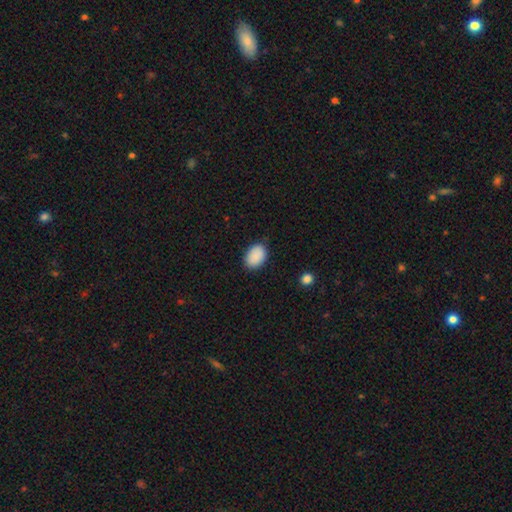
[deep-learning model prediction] Overall: smooth (90%). How rounded: in between (81%). Merging: none (82%).